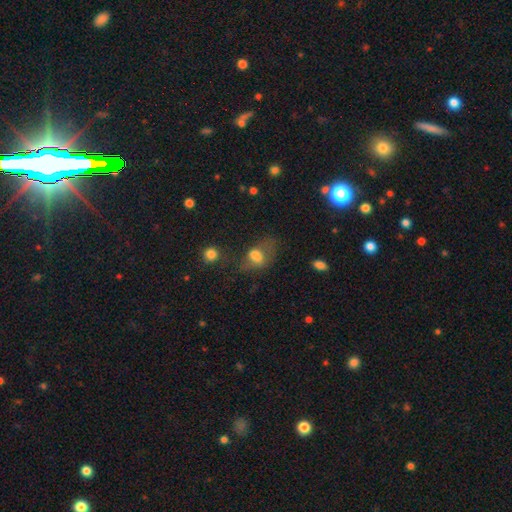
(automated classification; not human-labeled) This is likely a smooth galaxy (65%). How rounded: likely in between (77%). Merging: marginally none (35%).